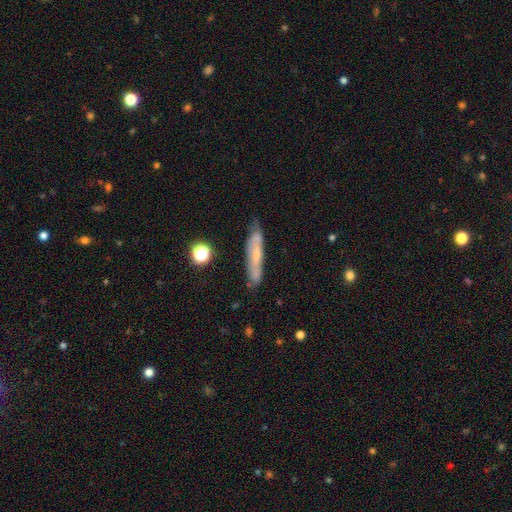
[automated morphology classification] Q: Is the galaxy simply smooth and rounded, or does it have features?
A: featured or disk — 48%.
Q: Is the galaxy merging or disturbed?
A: none — 71%.